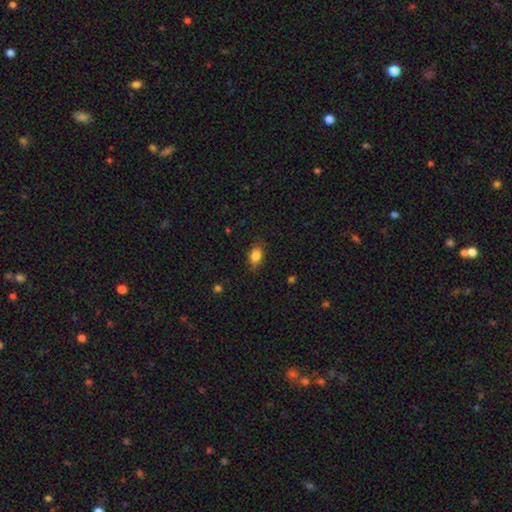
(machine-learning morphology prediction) Smooth or featured? smooth (85%)
How rounded? in between (85%)
Merging? none (84%)